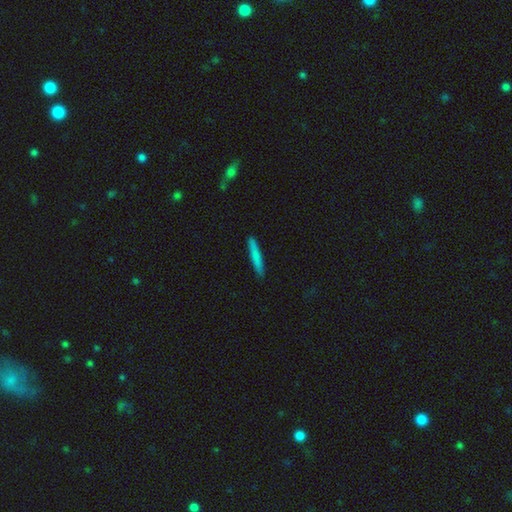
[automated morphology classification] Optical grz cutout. It shows a smooth galaxy with no disk features (76%) that is cigar-shaped (95%). Merging: none (90%).